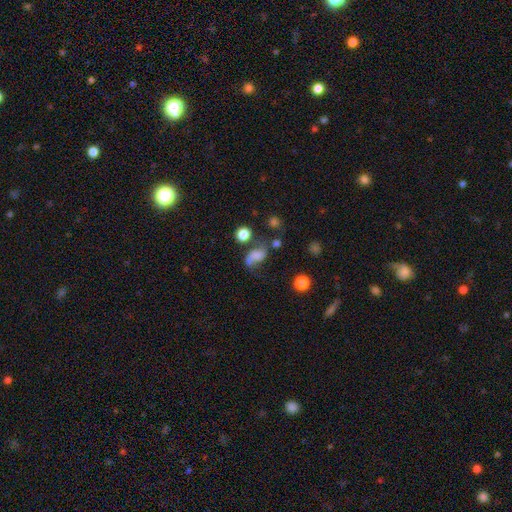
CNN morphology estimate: A smooth galaxy with no disk features (48%).

Vote fractions:
- Smooth or featured? smooth: 48% / featured or disk: 36% / star or artifact: 16%
- Merging? none: 40% / minor disturbance: 23% / major disturbance: 22% / merger: 15%